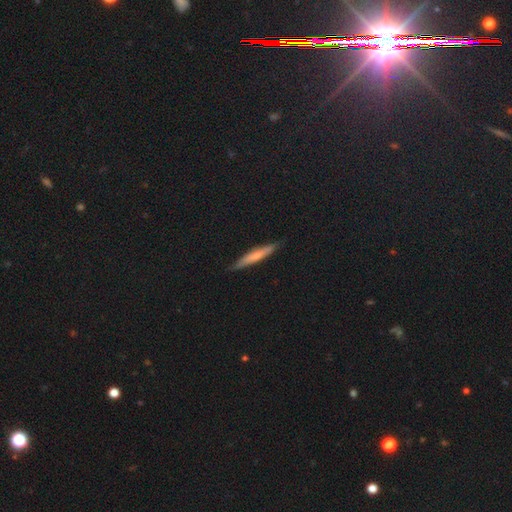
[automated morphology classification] Q: Smooth or featured?
A: smooth (58%); runner-up: featured or disk (37%)
Q: How rounded?
A: cigar-shaped (93%); runner-up: in between (6%)
Q: Merging?
A: none (86%); runner-up: minor disturbance (11%)